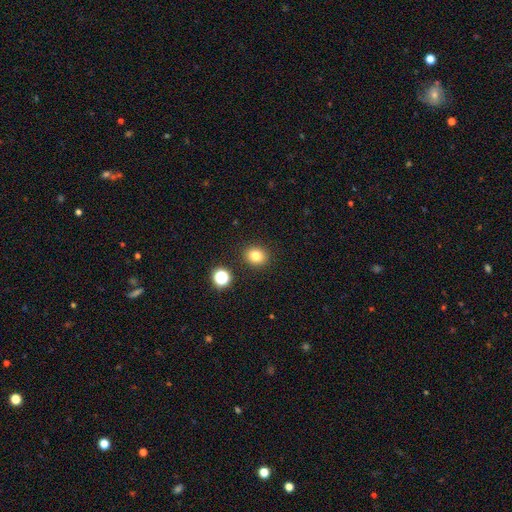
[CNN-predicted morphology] Overall: smooth (79%). How rounded: round (74%). Merging: none (89%).